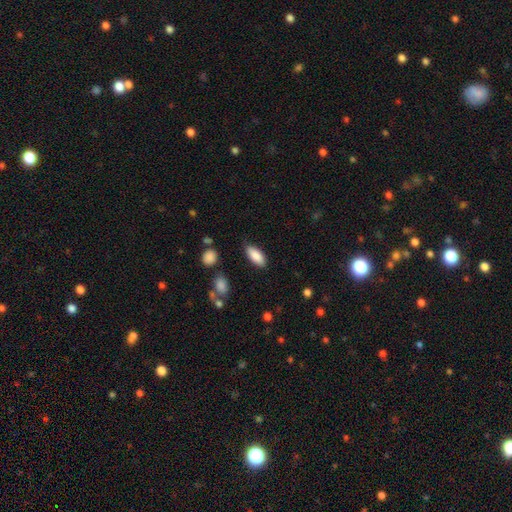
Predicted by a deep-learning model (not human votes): This appears to be a smooth galaxy with no disk features (87%) that is in between round and cigar-shaped (82%). Merging: none (84%).